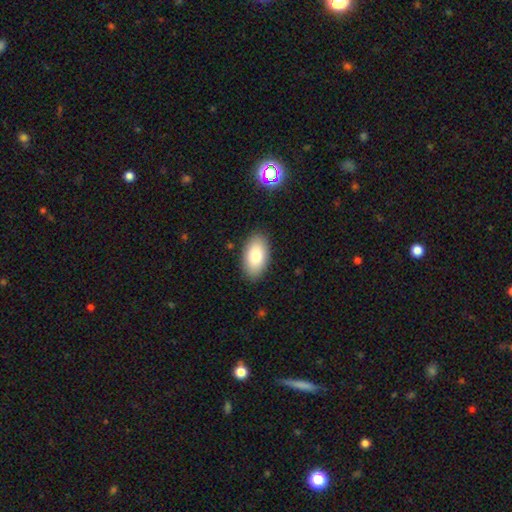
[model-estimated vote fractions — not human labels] A smooth galaxy with no disk features (80%) that is in between round and cigar-shaped (94%). Merging: none (88%).